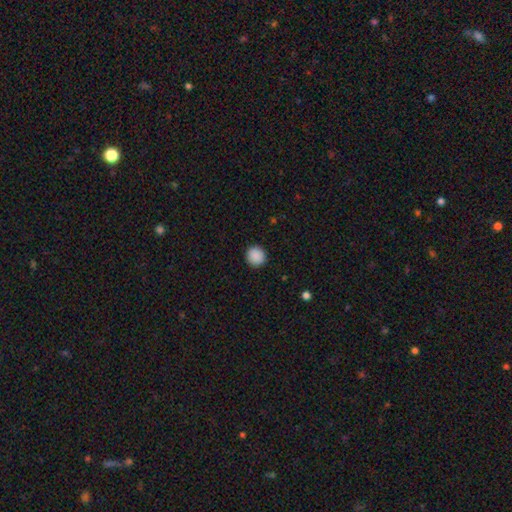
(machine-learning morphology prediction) A smooth galaxy with no disk features (90%) that is round (92%). Merging: none (92%).